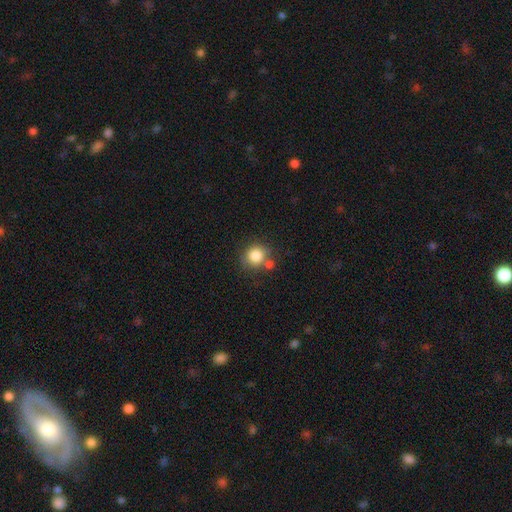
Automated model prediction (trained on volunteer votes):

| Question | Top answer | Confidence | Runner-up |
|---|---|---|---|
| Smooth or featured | smooth | 83% | star or artifact (10%) |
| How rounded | round | 87% | in between (12%) |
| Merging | none | 62% | merger (20%) |